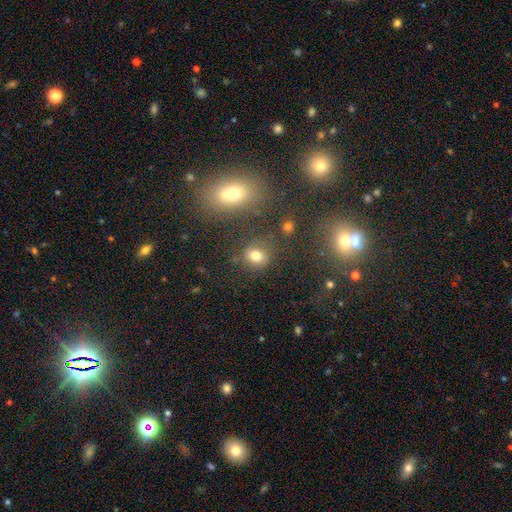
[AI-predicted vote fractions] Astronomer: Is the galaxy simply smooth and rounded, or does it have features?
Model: smooth — 76%.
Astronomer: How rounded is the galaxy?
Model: round — 64%.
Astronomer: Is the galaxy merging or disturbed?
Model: none — 74%.